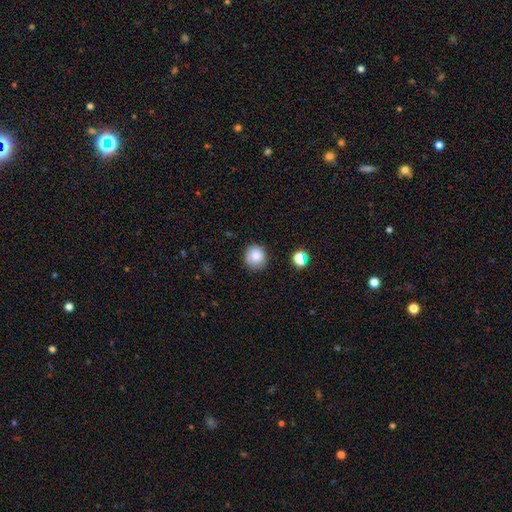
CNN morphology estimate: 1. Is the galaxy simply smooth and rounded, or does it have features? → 82% smooth, 10% star or artifact, 8% featured or disk.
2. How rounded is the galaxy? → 85% round, 14% in between, 1% cigar-shaped.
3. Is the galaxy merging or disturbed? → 78% none, 16% minor disturbance, 4% major disturbance, 3% merger.